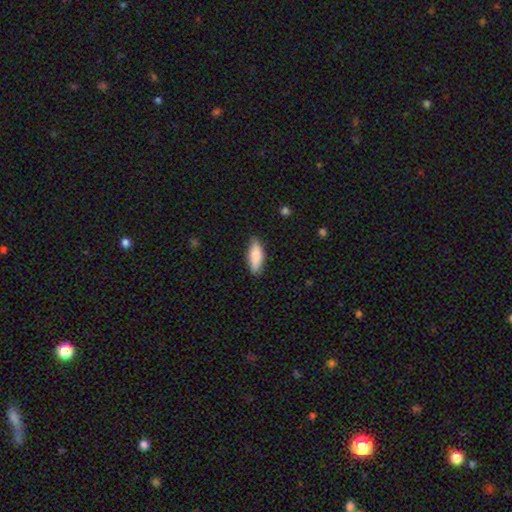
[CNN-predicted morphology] A smooth galaxy with no disk features (85%) that is in between round and cigar-shaped (67%).

Vote fractions:
- Smooth or featured? smooth: 85% / featured or disk: 9% / star or artifact: 6%
- How rounded? in between: 67% / cigar-shaped: 31% / round: 2%
- Merging? none: 84% / minor disturbance: 13% / major disturbance: 2% / merger: 1%